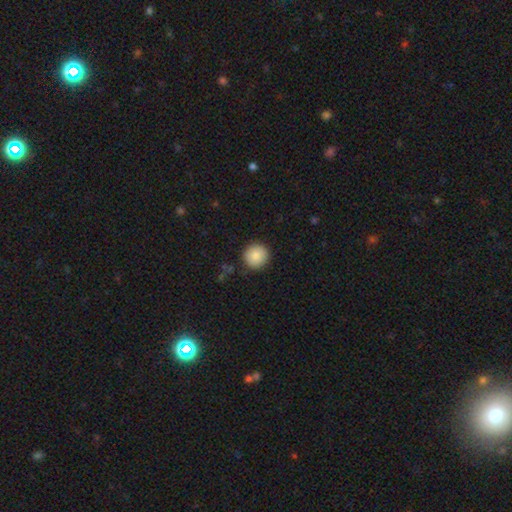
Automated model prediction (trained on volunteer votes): Smooth or featured: smooth — 87% (star or artifact — 8%)
How rounded: round — 94% (in between — 5%)
Merging: none — 90% (minor disturbance — 7%)